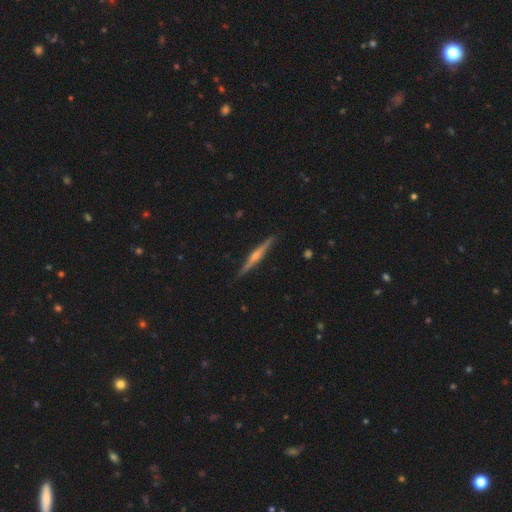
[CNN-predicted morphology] This is likely a featured or disk galaxy (74%). It is clearly viewed edge-on (98%). Edge-on bulge: likely rounded (79%). Merging: clearly none (90%).